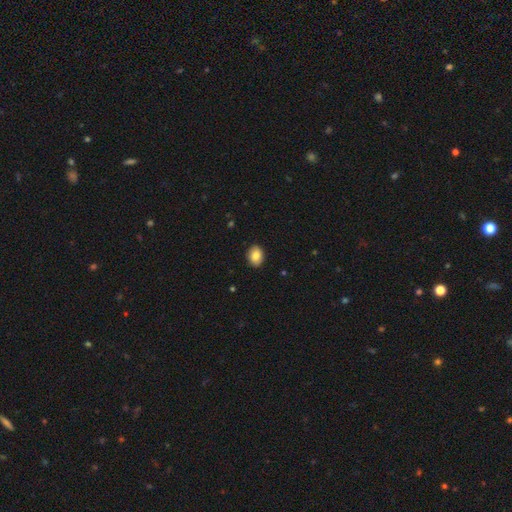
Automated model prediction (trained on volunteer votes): Smooth or featured: smooth — 85% (star or artifact — 8%)
How rounded: in between — 65% (round — 34%)
Merging: none — 90% (minor disturbance — 7%)